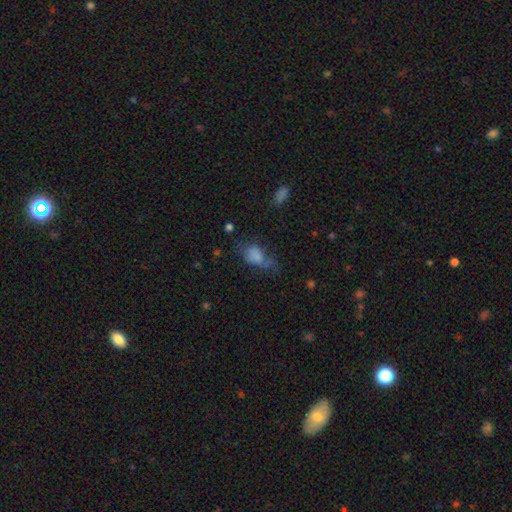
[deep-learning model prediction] Q: Smooth or featured?
A: smooth (67%); runner-up: featured or disk (20%)
Q: How rounded?
A: in between (79%); runner-up: round (18%)
Q: Merging?
A: major disturbance (38%); runner-up: none (27%)